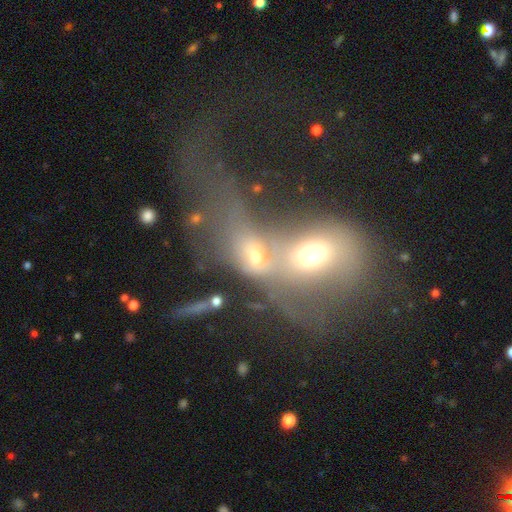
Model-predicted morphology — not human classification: A smooth galaxy with no disk features (46%). Merging: merger (75%).